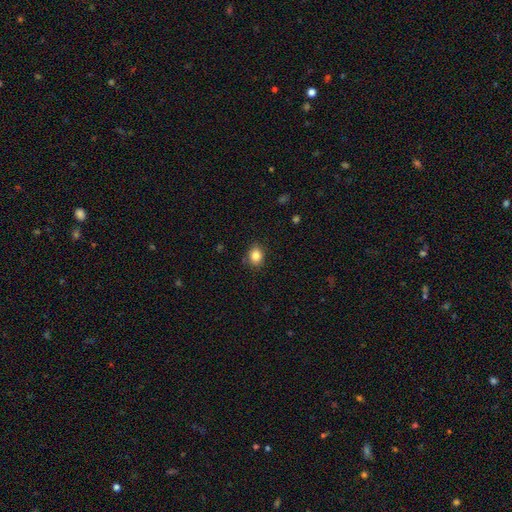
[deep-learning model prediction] Smooth or featured? Predicted: smooth (p=0.85). How rounded? Predicted: round (p=0.52). Merging? Predicted: none (p=0.84).